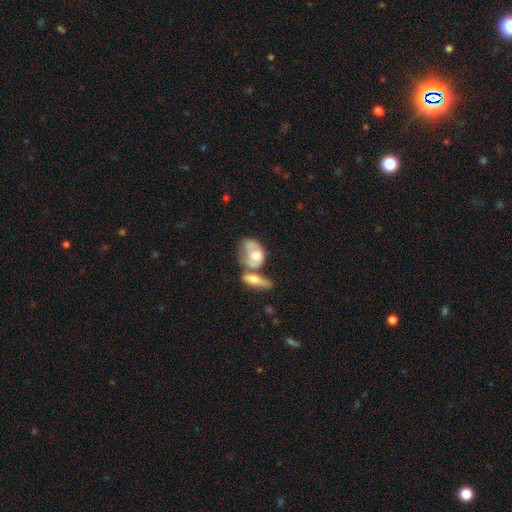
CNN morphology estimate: This is possibly a smooth galaxy (54%). How rounded: likely in between (78%). Merging: possibly merger (55%).